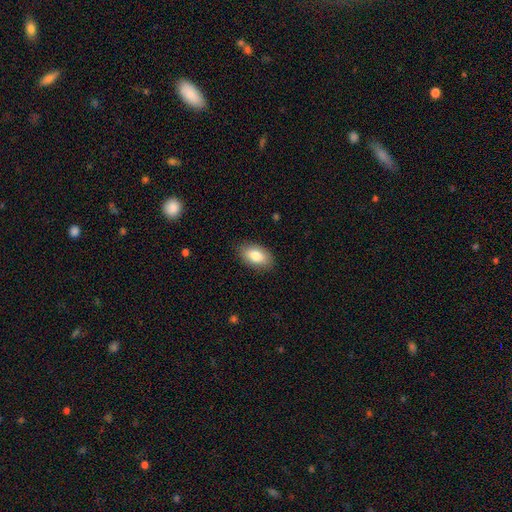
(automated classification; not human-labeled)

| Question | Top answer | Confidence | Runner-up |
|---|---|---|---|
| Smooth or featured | smooth | 80% | featured or disk (14%) |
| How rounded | in between | 92% | round (5%) |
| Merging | none | 87% | minor disturbance (10%) |